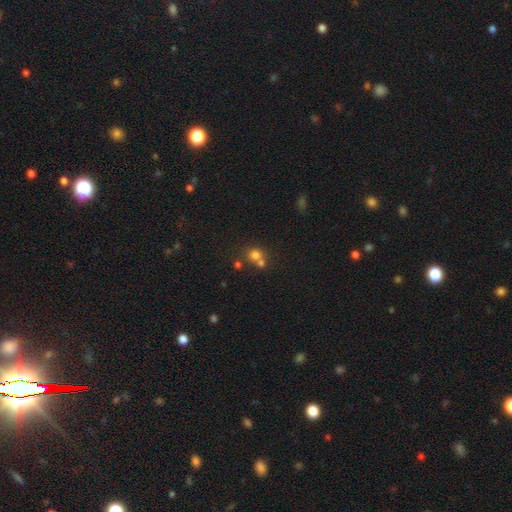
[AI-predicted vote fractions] smooth 73%, star or artifact 17%, featured or disk 11%. Down the decision tree: how rounded — round (85%); merging — none (47%).